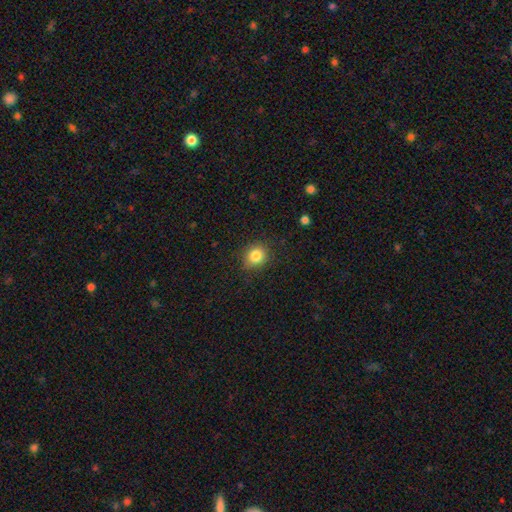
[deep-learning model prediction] A smooth galaxy with no disk features (83%) that is round (79%). Merging: none (85%).